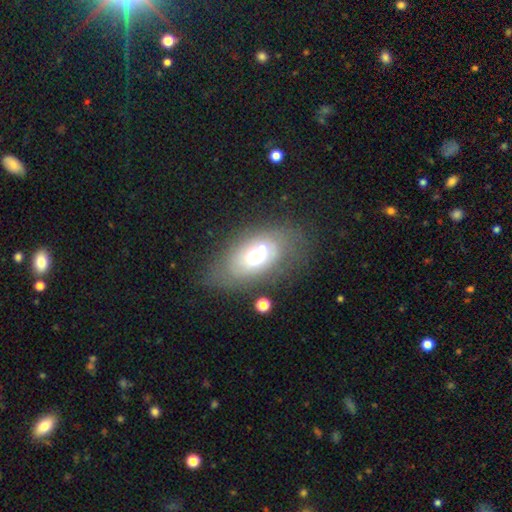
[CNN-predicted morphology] smooth-or-featured: smooth: 54% | featured or disk: 33% | star or artifact: 14%
  how-rounded: in between: 82% | round: 15% | cigar-shaped: 3%
  merging: none: 61% | minor disturbance: 17% | major disturbance: 12% | merger: 10%